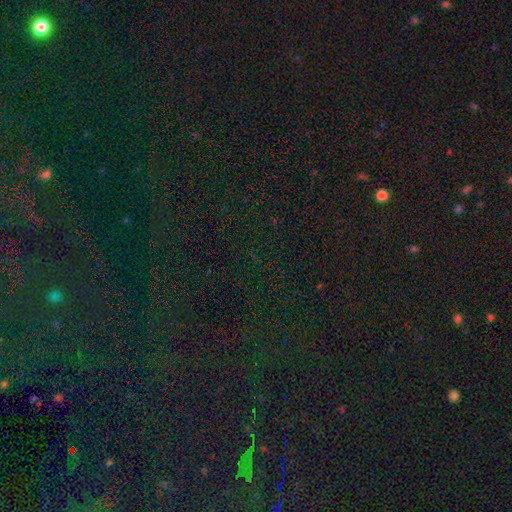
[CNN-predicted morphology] smooth-or-featured: star or artifact: 83% | smooth: 10% | featured or disk: 7%